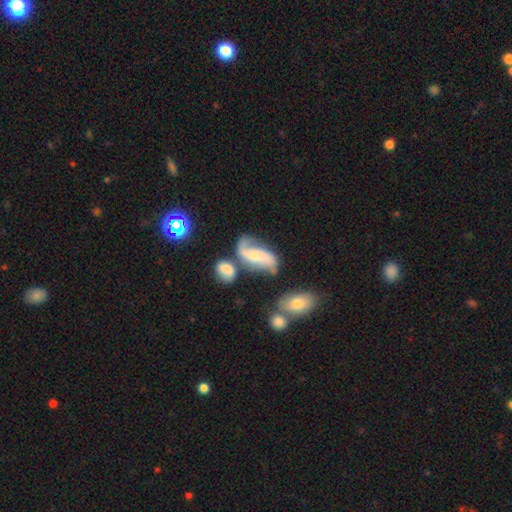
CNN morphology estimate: This appears to be a featured or disk galaxy (74%) with no bar (50%), 2 (81%) loose (66%) spiral arms (91%) and a small central bulge (48%). Merging: none (37%).